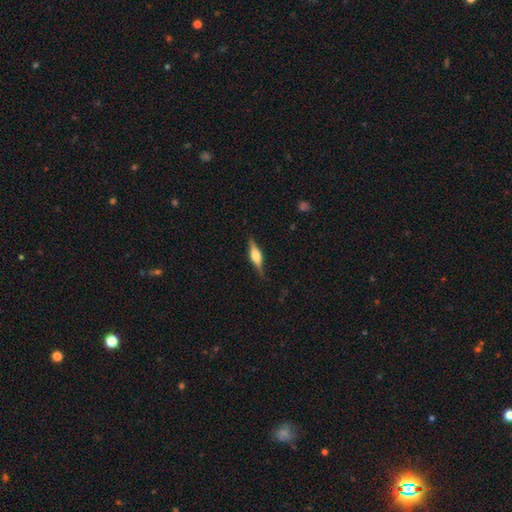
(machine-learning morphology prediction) A featured or disk galaxy (63%) viewed edge-on (96%) with a rounded central bulge (88%).

Vote fractions:
- Smooth or featured? featured or disk: 63% / smooth: 31% / star or artifact: 6%
- Edge-on disk? yes: 96% / no: 4%
- Edge-on bulge? rounded: 88% / boxy: 10% / none: 2%
- Merging? none: 85% / minor disturbance: 11% / major disturbance: 3% / merger: 1%